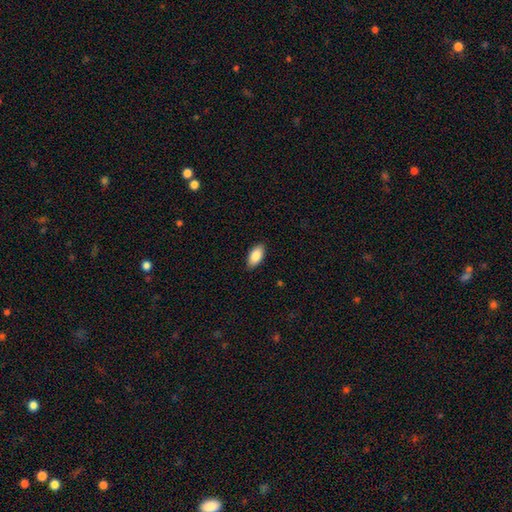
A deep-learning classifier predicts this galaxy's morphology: This is clearly a smooth galaxy (87%). How rounded: clearly in between (94%). Merging: clearly none (87%).